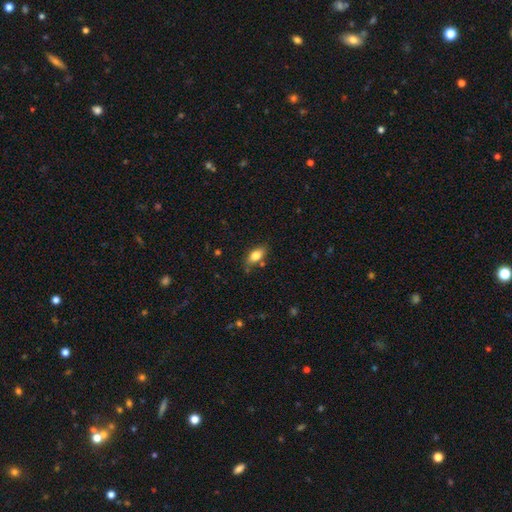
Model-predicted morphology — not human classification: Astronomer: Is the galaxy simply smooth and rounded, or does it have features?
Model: smooth — 79%.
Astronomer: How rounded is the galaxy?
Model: in between — 86%.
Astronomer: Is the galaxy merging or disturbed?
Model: none — 76%.